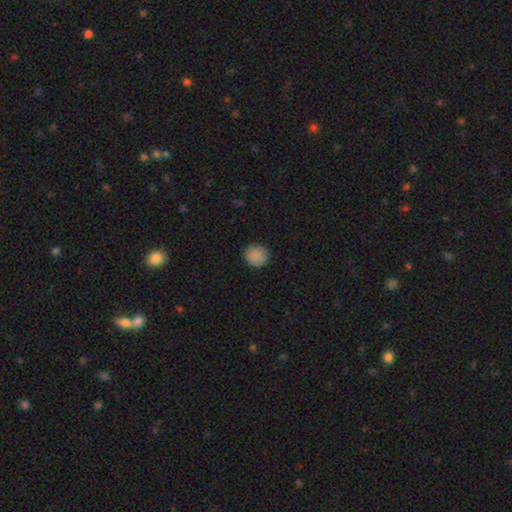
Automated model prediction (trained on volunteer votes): Smooth or featured? Predicted: smooth (p=0.88). How rounded? Predicted: round (p=0.91). Merging? Predicted: none (p=0.90).